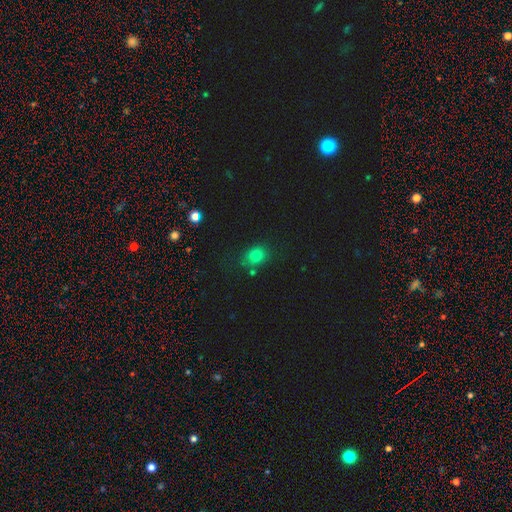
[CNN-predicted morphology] A smooth galaxy with no disk features (79%) that is in between round and cigar-shaped (58%). Merging: none (69%).